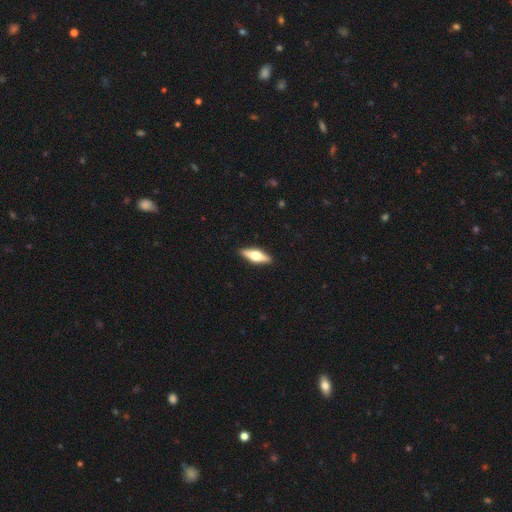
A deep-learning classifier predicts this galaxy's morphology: smooth-or-featured: featured or disk: 56% | smooth: 38% | star or artifact: 5%
  disk-edge-on: yes: 94% | no: 6%
    edge-on-bulge: rounded: 95% | boxy: 3% | none: 2%
  merging: none: 91% | minor disturbance: 7% | major disturbance: 1% | merger: 1%